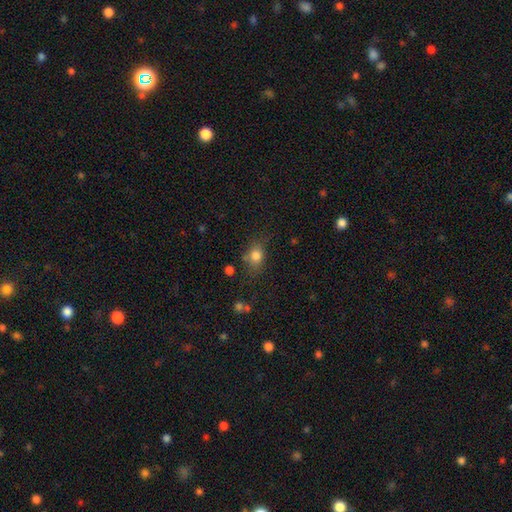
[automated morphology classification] smooth-or-featured: smooth: 80% | star or artifact: 11% | featured or disk: 9%
  how-rounded: in between: 55% | round: 43% | cigar-shaped: 2%
  merging: none: 65% | minor disturbance: 22% | major disturbance: 8% | merger: 5%